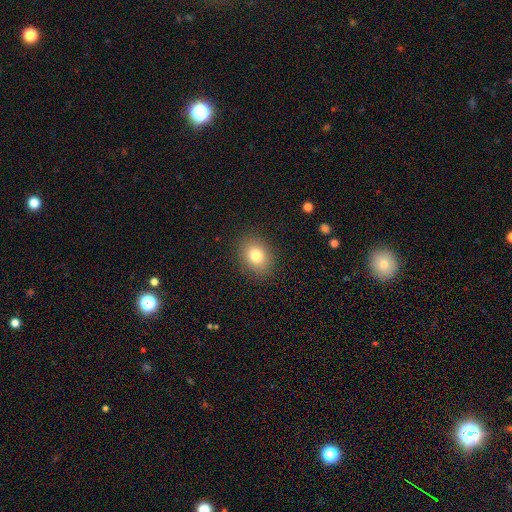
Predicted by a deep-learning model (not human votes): A smooth galaxy with no disk features (80%) that is in between round and cigar-shaped (54%). Merging: none (88%).